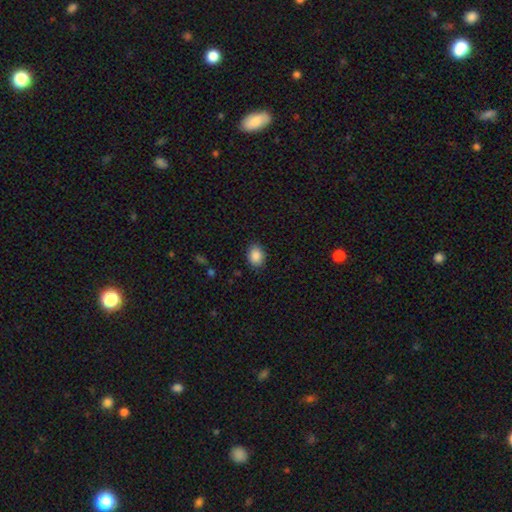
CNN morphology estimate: This appears to be a smooth galaxy with no disk features (88%) that is in between round and cigar-shaped (63%). Merging: none (86%).